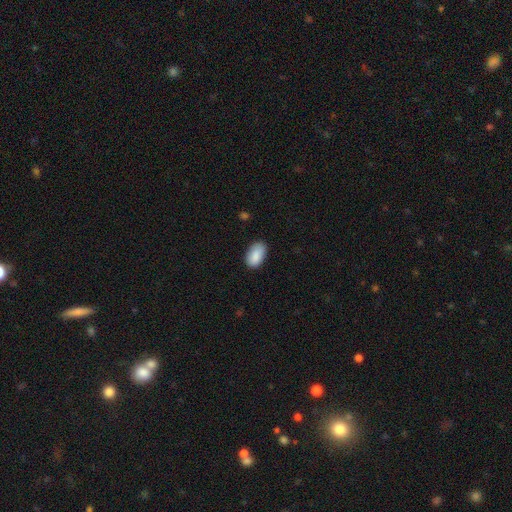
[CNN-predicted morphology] Overall: smooth (88%). How rounded: in between (94%). Merging: none (80%).